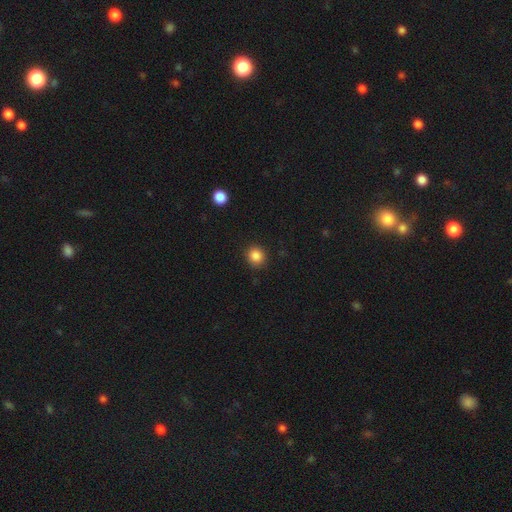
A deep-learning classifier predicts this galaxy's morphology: The model was most divided on "how rounded": round: 87%, in between: 12%, cigar-shaped: 1%. More confident: merging — none (89%); smooth or featured — smooth (86%).